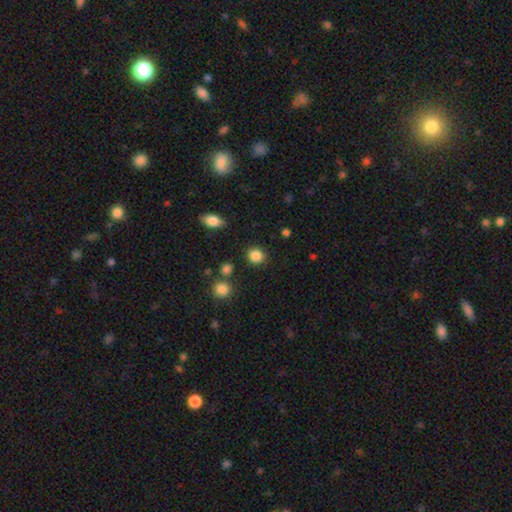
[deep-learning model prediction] Overall: smooth (86%). How rounded: round (84%). Merging: none (87%).